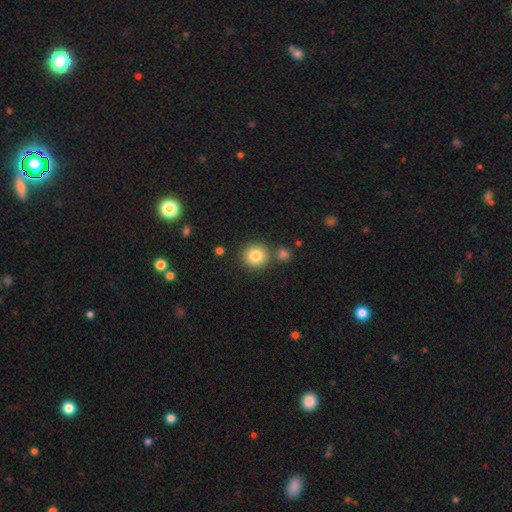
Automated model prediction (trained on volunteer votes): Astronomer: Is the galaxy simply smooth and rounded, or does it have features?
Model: smooth — 83%.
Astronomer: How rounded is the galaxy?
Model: round — 89%.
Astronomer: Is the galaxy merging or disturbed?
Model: none — 76%.